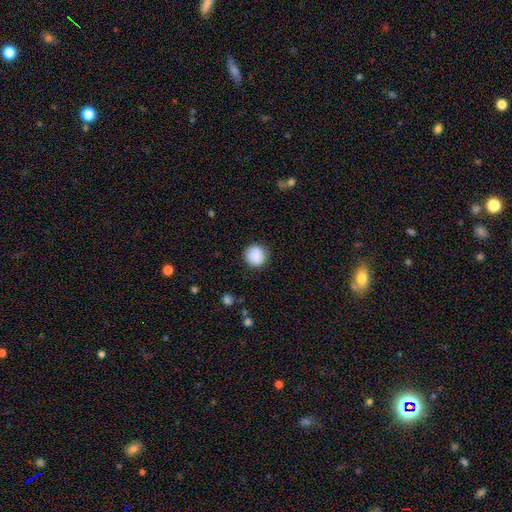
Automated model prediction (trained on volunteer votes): smooth 88%, star or artifact 8%, featured or disk 4%. Down the decision tree: how rounded — round (93%); merging — none (88%).